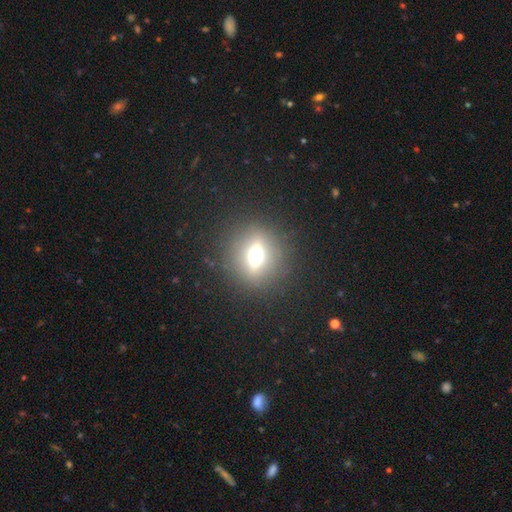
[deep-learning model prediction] This is possibly a smooth galaxy (51%). How rounded: likely round (63%). Merging: clearly none (84%).